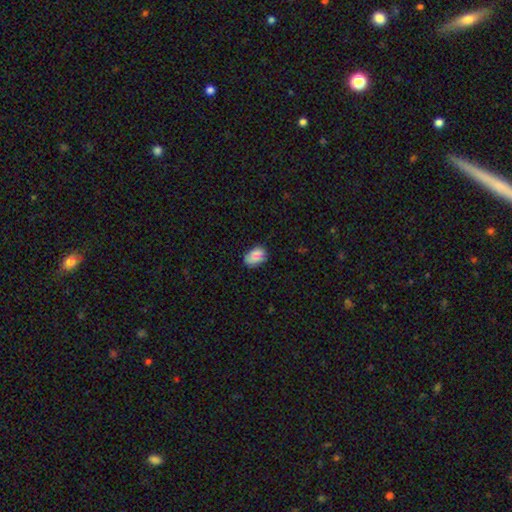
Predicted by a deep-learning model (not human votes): smooth 81%, featured or disk 10%, star or artifact 9%. Down the decision tree: how rounded — in between (85%); merging — none (66%).